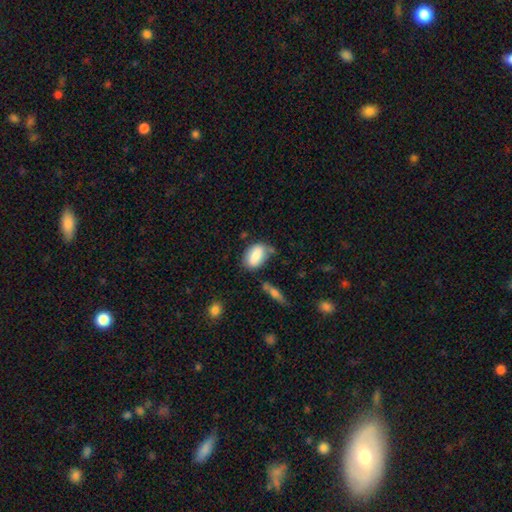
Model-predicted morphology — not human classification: Smooth or featured? smooth (83%)
How rounded? in between (88%)
Merging? none (64%)